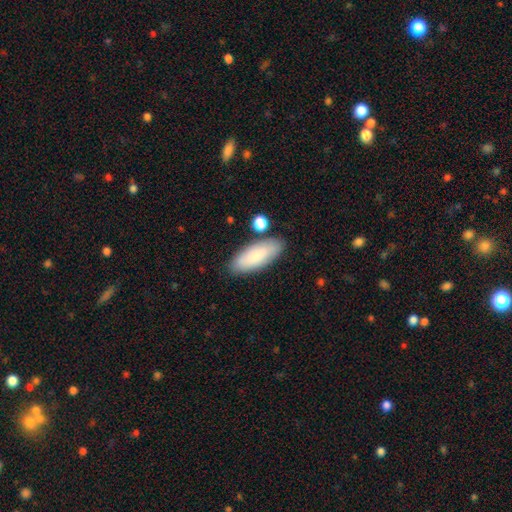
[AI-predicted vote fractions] Smooth or featured? Predicted: smooth (p=0.80). How rounded? Predicted: in between (p=0.74). Merging? Predicted: none (p=0.80).